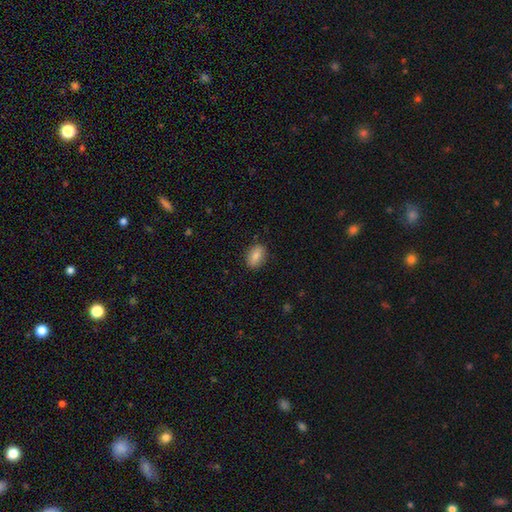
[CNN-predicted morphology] Smooth or featured? Predicted: smooth (p=0.81). How rounded? Predicted: in between (p=0.82). Merging? Predicted: none (p=0.87).